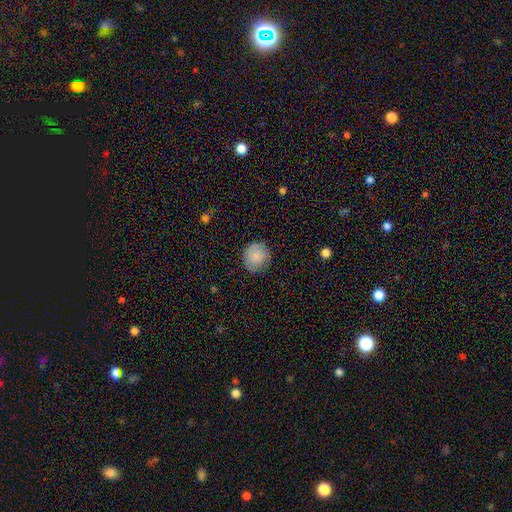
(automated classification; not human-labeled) Q: Smooth or featured?
A: smooth (84%); runner-up: featured or disk (9%)
Q: How rounded?
A: round (89%); runner-up: in between (11%)
Q: Merging?
A: none (84%); runner-up: minor disturbance (12%)